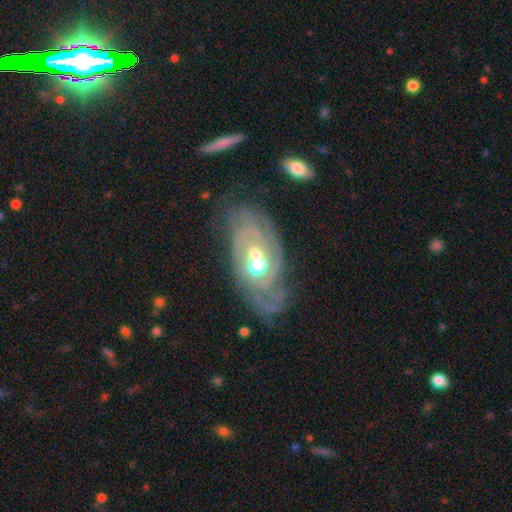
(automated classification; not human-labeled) smooth-or-featured: featured or disk: 87% | smooth: 8% | star or artifact: 6%
  disk-edge-on: no: 93% | yes: 7%
    bar: no: 50% | weak: 34% | strong: 16%
    has-spiral-arms: yes: 92% | no: 8%
      spiral-winding: tight: 70% | medium: 24% | loose: 6%
      spiral-arm-count: can't tell: 33% | 2: 32% | 3: 18% | 4: 7% | 1: 5% | more than 4: 5%
    bulge-size: moderate: 74% | small: 16% | large: 8% | dominant: 1% | none: 1%
  merging: none: 72% | minor disturbance: 18% | major disturbance: 7% | merger: 3%